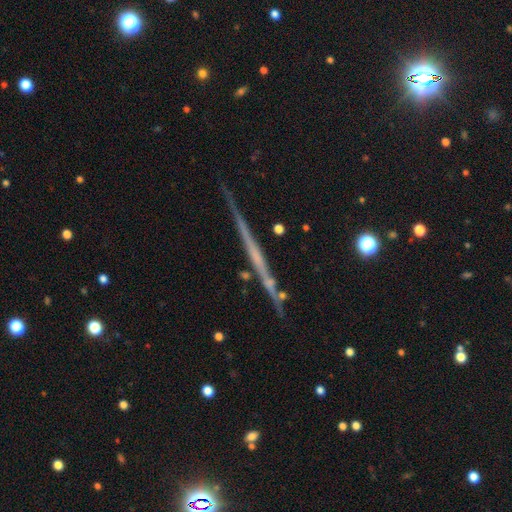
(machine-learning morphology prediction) A featured or disk galaxy (69%) viewed edge-on (97%) with no central bulge (85%).

Vote fractions:
- Smooth or featured? featured or disk: 69% / smooth: 22% / star or artifact: 8%
- Edge-on disk? yes: 97% / no: 3%
- Edge-on bulge? none: 85% / rounded: 10% / boxy: 5%
- Merging? none: 84% / minor disturbance: 11% / merger: 3% / major disturbance: 2%